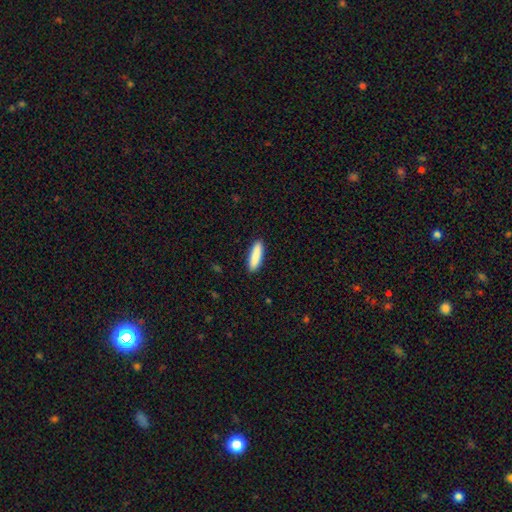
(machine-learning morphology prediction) A smooth galaxy with no disk features (89%) that is cigar-shaped (61%). Merging: none (91%).